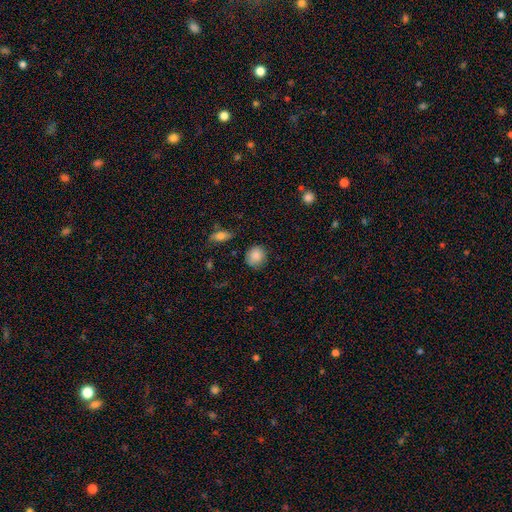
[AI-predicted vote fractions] smooth_or_featured: smooth (p=0.86) [alt: star or artifact p=0.08]
how_rounded: round (p=0.81) [alt: in between p=0.17]
merging: none (p=0.84) [alt: minor disturbance p=0.12]